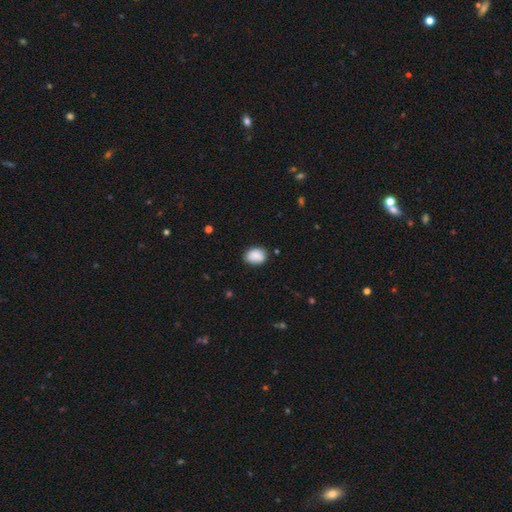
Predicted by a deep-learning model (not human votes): This appears to be a smooth galaxy with no disk features (87%) that is in between round and cigar-shaped (70%). Merging: none (77%).